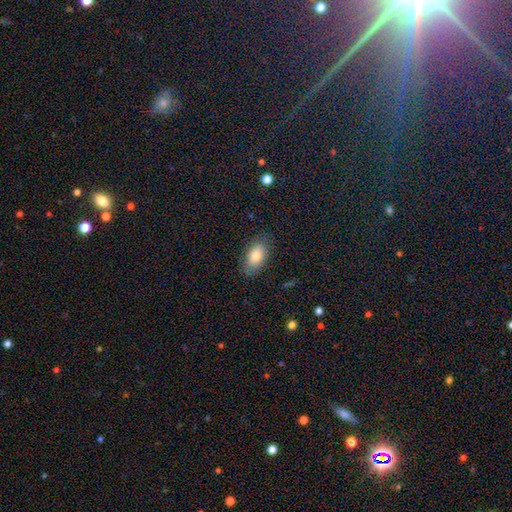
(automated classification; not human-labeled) Morphology: type=smooth (81%); roundness=in between (92%); merging=none (83%).